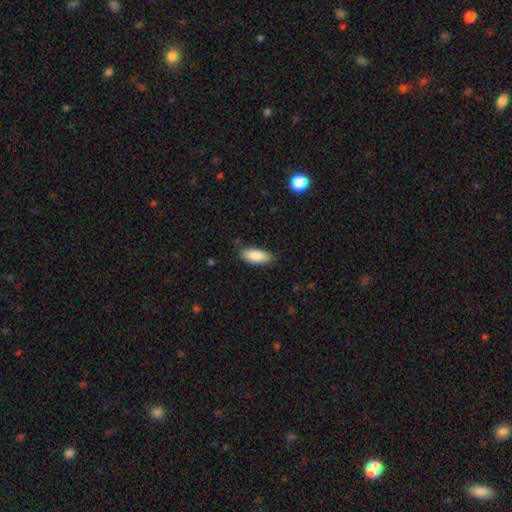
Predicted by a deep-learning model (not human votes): smooth_or_featured: smooth (p=0.86) [alt: featured or disk p=0.07]
how_rounded: in between (p=0.82) [alt: cigar-shaped p=0.16]
merging: none (p=0.84) [alt: minor disturbance p=0.12]